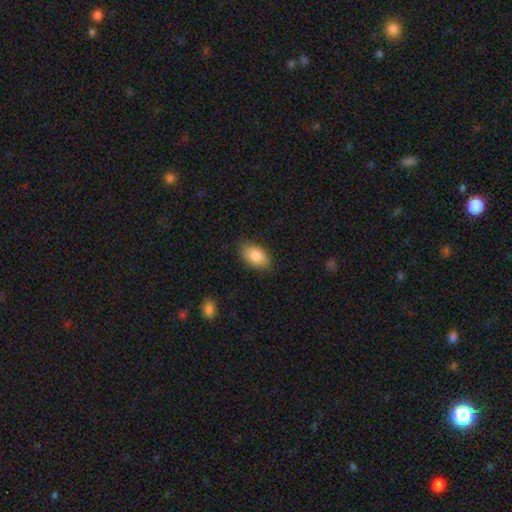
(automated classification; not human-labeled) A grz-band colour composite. It shows a smooth galaxy with no disk features (87%) that is in between round and cigar-shaped (92%). Merging: none (83%).